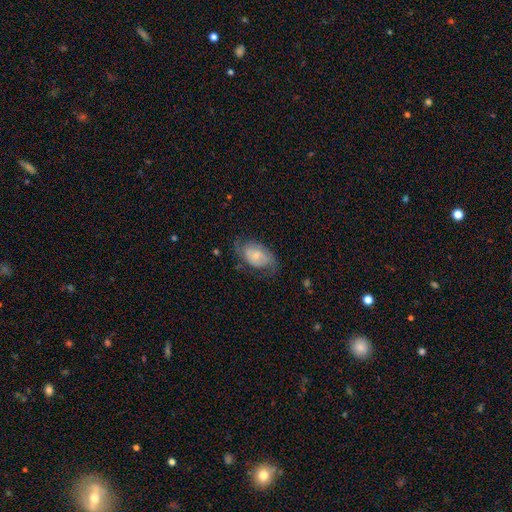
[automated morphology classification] featured or disk 53%, smooth 40%, star or artifact 7%. Down the decision tree: edge-on disk — no (95%); bar — no (67%); spiral arms — yes (76%); bulge size — small (50%); merging — none (57%).